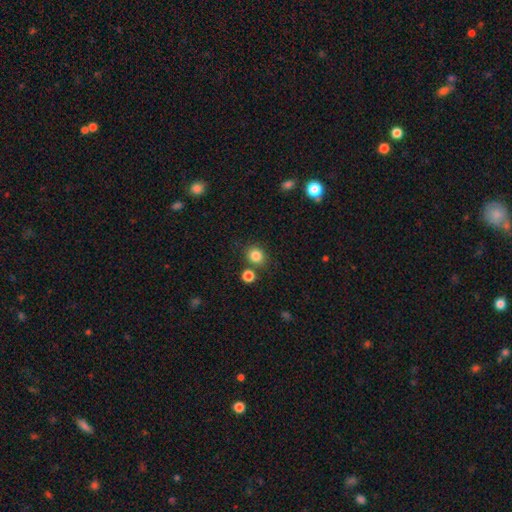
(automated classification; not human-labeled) This appears to be a smooth galaxy with no disk features (84%) that is round (80%). Merging: none (77%).